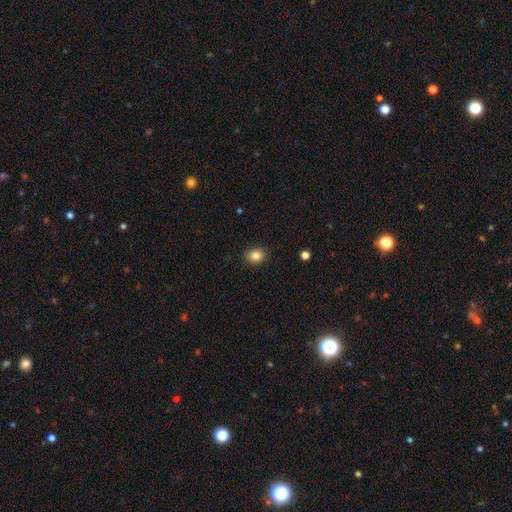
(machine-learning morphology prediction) Smooth or featured: smooth — 85% (star or artifact — 10%)
How rounded: round — 57% (in between — 43%)
Merging: none — 88% (minor disturbance — 9%)